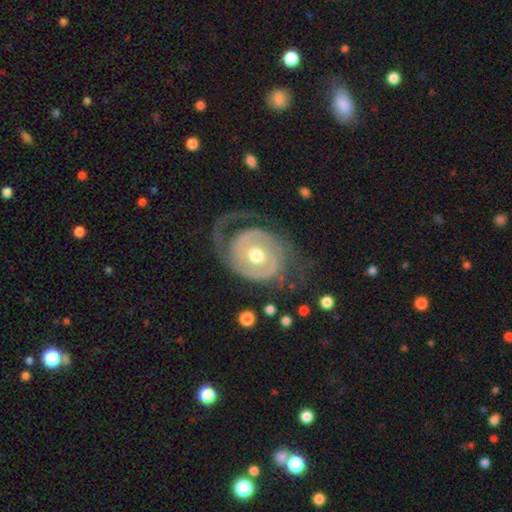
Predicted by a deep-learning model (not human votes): Smooth or featured: featured or disk — 89% (smooth — 7%)
Edge-on disk: no — 97% (yes — 3%)
Bar: no — 60% (weak — 28%)
Spiral arms: yes — 94% (no — 6%)
Spiral winding: tight — 54% (medium — 33%)
Spiral arm count: 2 — 66% (1 — 17%)
Bulge size: moderate — 75% (small — 16%)
Merging: none — 64% (minor disturbance — 17%)